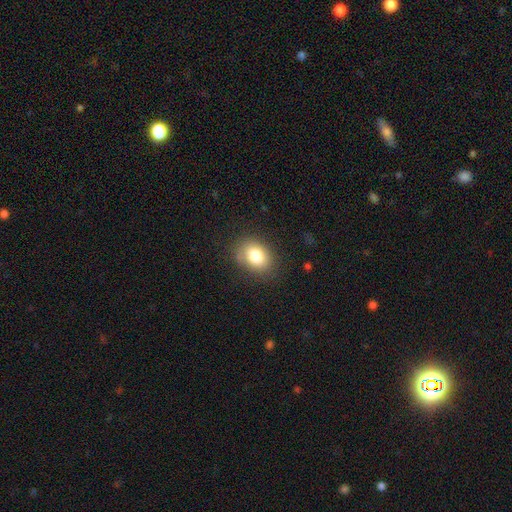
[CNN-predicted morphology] Smooth or featured? smooth (80%)
How rounded? in between (67%)
Merging? none (78%)